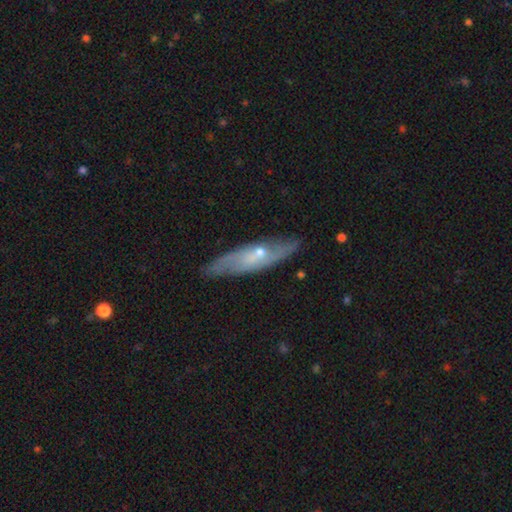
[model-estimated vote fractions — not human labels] Smooth or featured? featured or disk (63%)
Edge-on disk? no (59%)
Merging? none (79%)